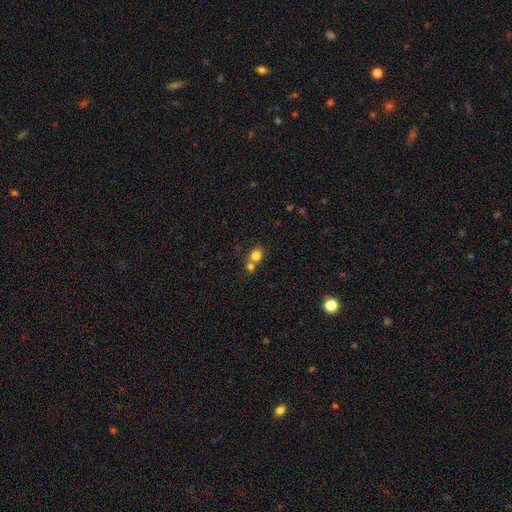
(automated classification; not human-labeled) Q: Smooth or featured?
A: smooth (79%); runner-up: star or artifact (12%)
Q: How rounded?
A: round (67%); runner-up: in between (32%)
Q: Merging?
A: merger (47%); runner-up: none (42%)